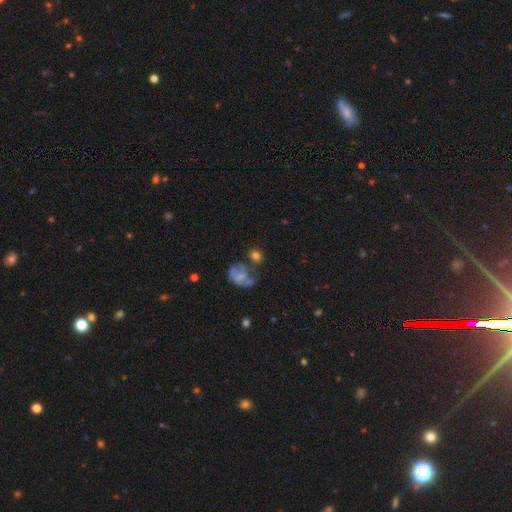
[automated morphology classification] smooth 65%, featured or disk 23%, star or artifact 12%. Down the decision tree: how rounded — round (54%); merging — none (48%).